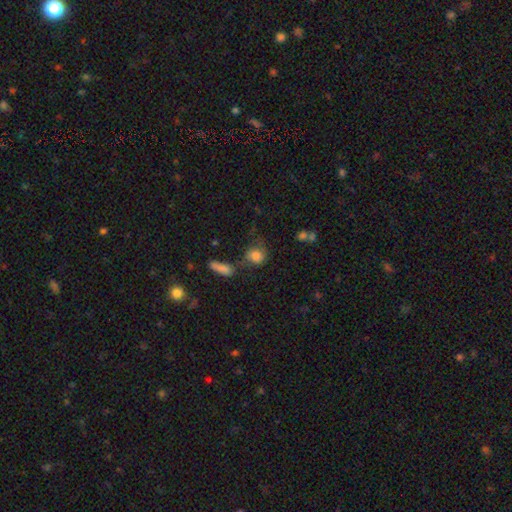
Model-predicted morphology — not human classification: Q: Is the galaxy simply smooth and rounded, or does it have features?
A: smooth — 77%.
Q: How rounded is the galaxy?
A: round — 64%.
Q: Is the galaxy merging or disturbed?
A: none — 44%.